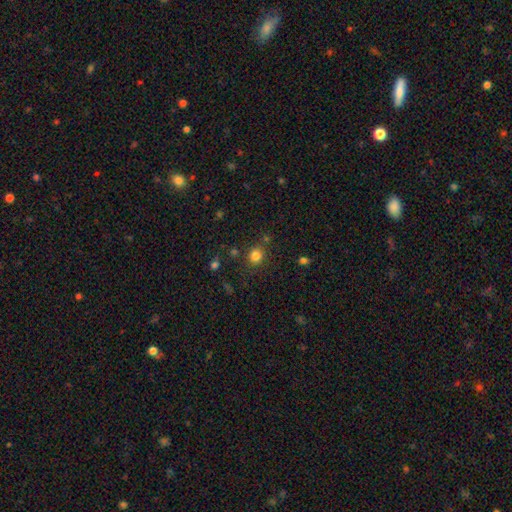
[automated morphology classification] smooth-or-featured: smooth: 81% | star or artifact: 14% | featured or disk: 5%
  how-rounded: round: 83% | in between: 16% | cigar-shaped: 1%
  merging: none: 82% | minor disturbance: 9% | merger: 5% | major disturbance: 4%